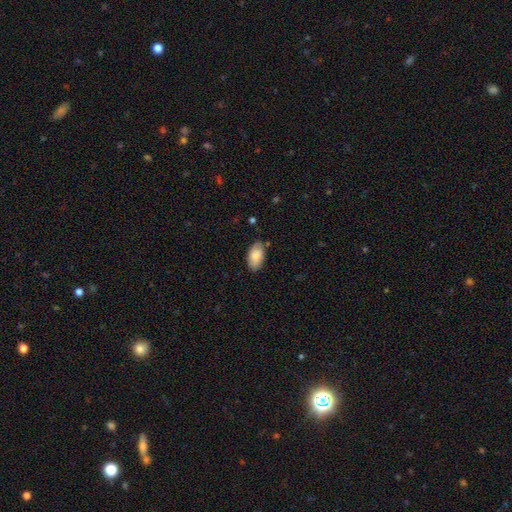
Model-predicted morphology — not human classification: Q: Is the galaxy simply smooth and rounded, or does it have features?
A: smooth — 85%.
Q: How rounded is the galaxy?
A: in between — 94%.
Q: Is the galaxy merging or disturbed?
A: none — 78%.